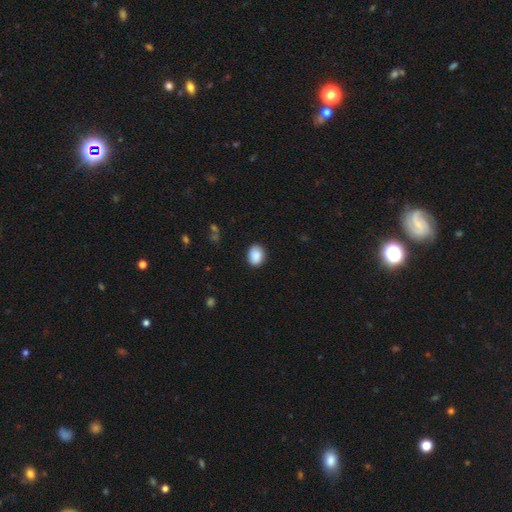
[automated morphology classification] smooth-or-featured: smooth: 89% | star or artifact: 7% | featured or disk: 3%
  how-rounded: in between: 58% | round: 41% | cigar-shaped: 1%
  merging: none: 86% | minor disturbance: 11% | major disturbance: 2% | merger: 1%